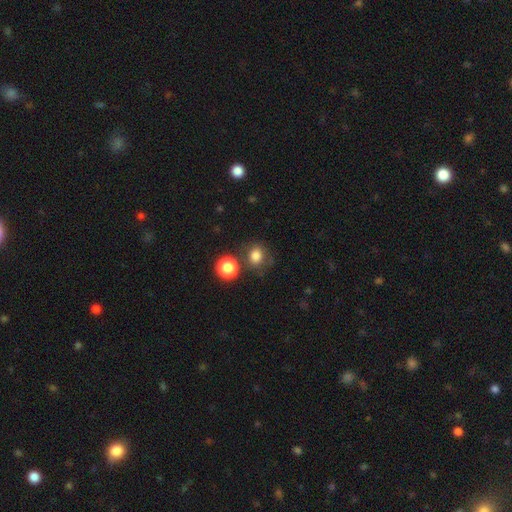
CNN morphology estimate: A smooth galaxy with no disk features (79%) that is round (71%).

Vote fractions:
- Smooth or featured? smooth: 79% / star or artifact: 13% / featured or disk: 7%
- How rounded? round: 71% / in between: 28% / cigar-shaped: 1%
- Merging? none: 69% / minor disturbance: 14% / merger: 11% / major disturbance: 5%